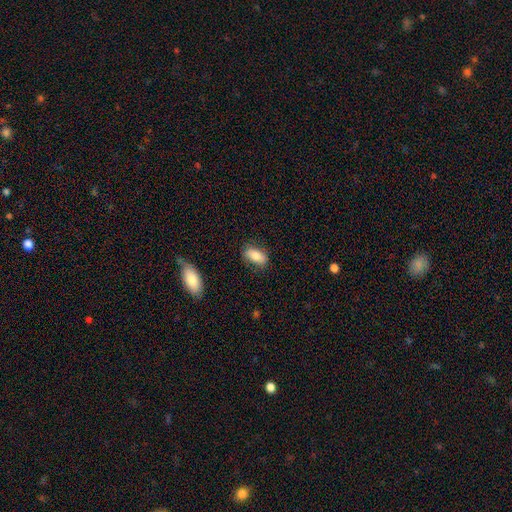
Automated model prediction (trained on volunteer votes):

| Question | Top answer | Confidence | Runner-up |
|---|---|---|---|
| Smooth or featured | smooth | 82% | featured or disk (11%) |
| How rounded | in between | 88% | cigar-shaped (7%) |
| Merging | none | 77% | minor disturbance (17%) |